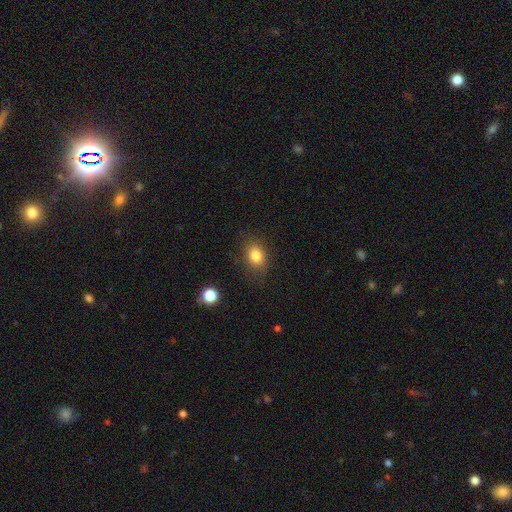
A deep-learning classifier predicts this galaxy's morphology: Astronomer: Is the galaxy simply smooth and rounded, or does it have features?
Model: smooth — 82%.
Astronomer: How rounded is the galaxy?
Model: in between — 64%.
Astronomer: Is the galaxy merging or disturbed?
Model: none — 81%.